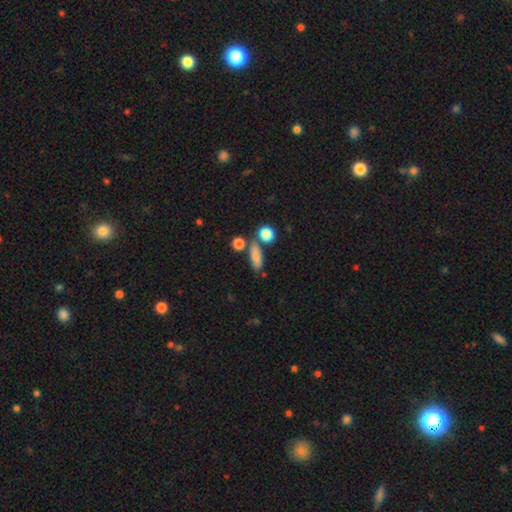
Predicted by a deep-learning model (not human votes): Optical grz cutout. It shows a smooth galaxy with no disk features (81%) that is in between round and cigar-shaped (53%). Merging: none (69%).